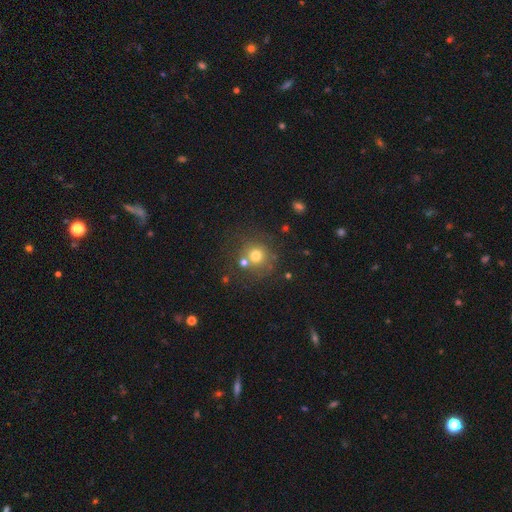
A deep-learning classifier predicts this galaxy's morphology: This is likely a smooth galaxy (72%). How rounded: clearly round (91%). Merging: likely none (66%).